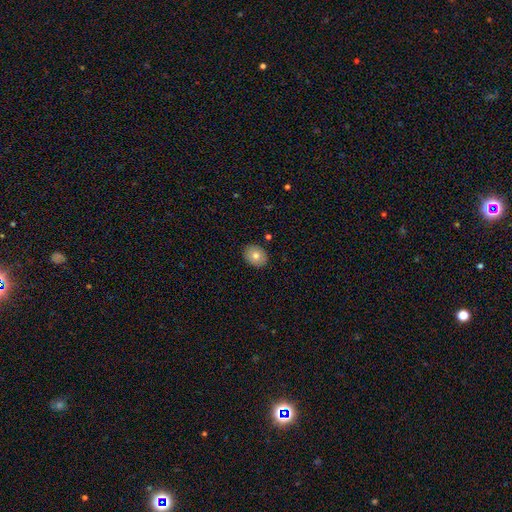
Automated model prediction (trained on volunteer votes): Q: Smooth or featured?
A: smooth (78%); runner-up: featured or disk (14%)
Q: How rounded?
A: round (51%); runner-up: in between (48%)
Q: Merging?
A: none (89%); runner-up: minor disturbance (8%)